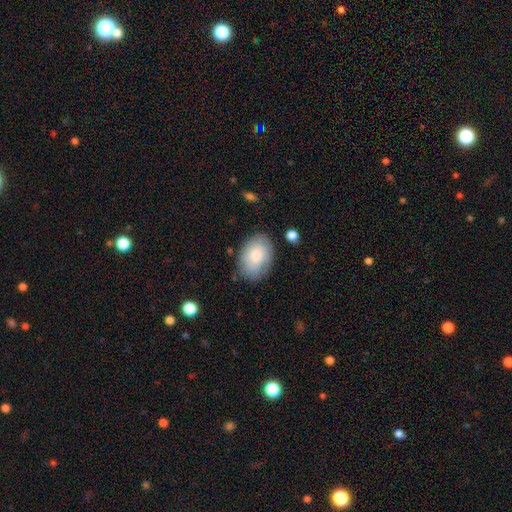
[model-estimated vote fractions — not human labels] smooth 79%, featured or disk 15%, star or artifact 6%. Down the decision tree: how rounded — in between (82%); merging — none (77%).